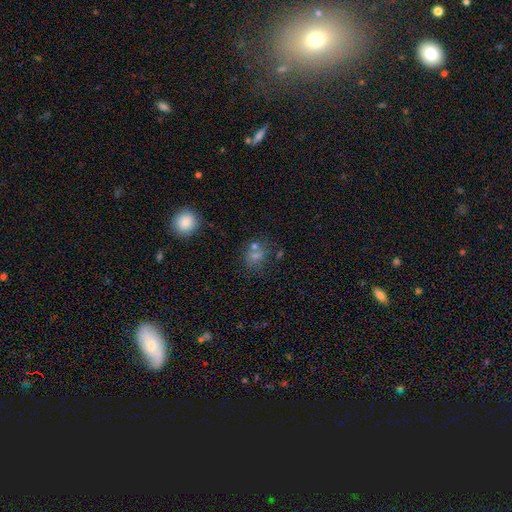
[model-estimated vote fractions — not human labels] smooth-or-featured: smooth: 55% | star or artifact: 31% | featured or disk: 14%
  how-rounded: round: 75% | in between: 24% | cigar-shaped: 2%
  merging: none: 62% | merger: 20% | minor disturbance: 12% | major disturbance: 6%